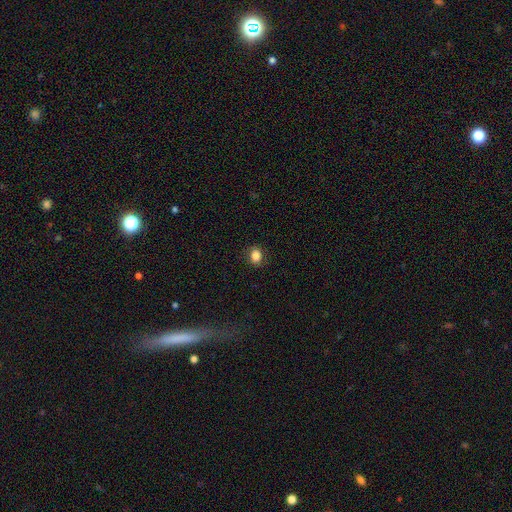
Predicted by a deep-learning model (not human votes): smooth 85%, star or artifact 10%, featured or disk 5%. Down the decision tree: how rounded — in between (55%); merging — none (87%).